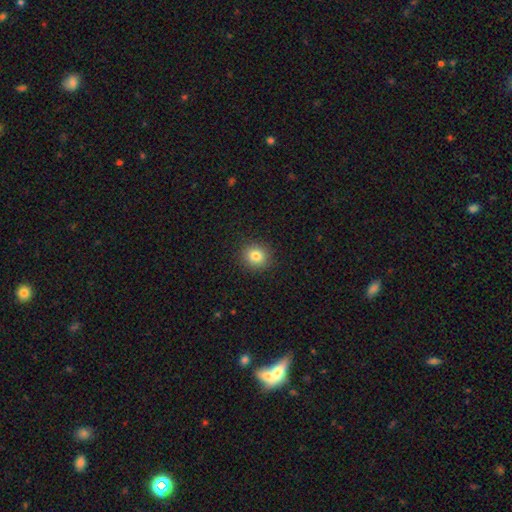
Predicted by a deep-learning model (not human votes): Smooth or featured: smooth — 81% (star or artifact — 12%)
How rounded: round — 84% (in between — 15%)
Merging: none — 90% (minor disturbance — 7%)